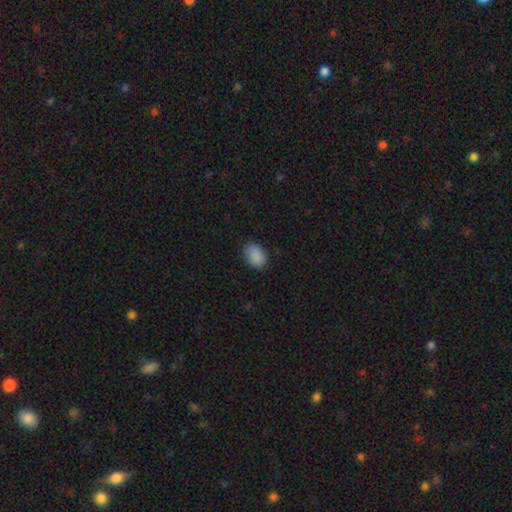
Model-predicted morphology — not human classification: Smooth or featured? Predicted: smooth (p=0.89). How rounded? Predicted: in between (p=0.78). Merging? Predicted: none (p=0.84).